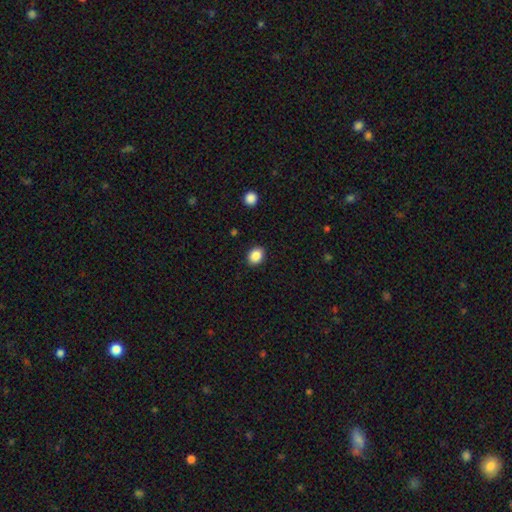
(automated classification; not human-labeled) The model was most divided on "how rounded": in between: 55%, round: 44%, cigar-shaped: 1%. More confident: merging — none (89%); smooth or featured — smooth (88%).